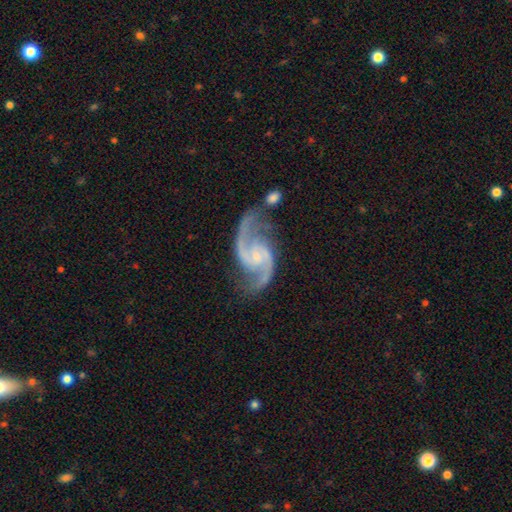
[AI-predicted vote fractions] A featured or disk galaxy (93%) with no bar (51%), 2 (94%) medium (48%) spiral arms (98%) and a small central bulge (64%). Merging: none (62%).